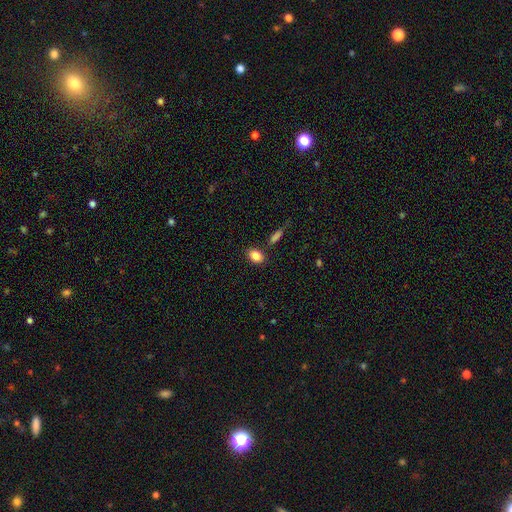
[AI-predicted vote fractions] Morphology: type=smooth (85%); roundness=in between (75%); merging=none (81%).